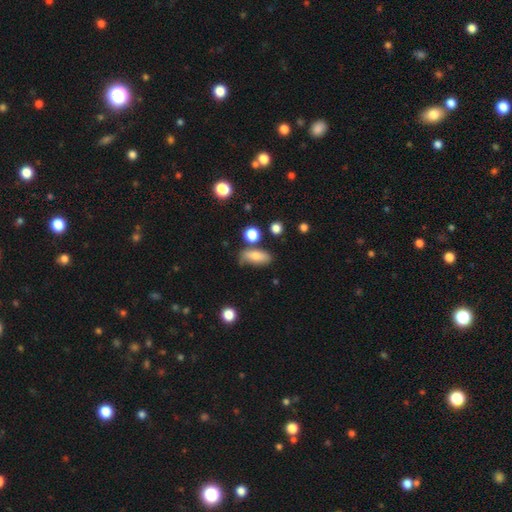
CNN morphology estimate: Overall: smooth (75%). How rounded: in between (77%). Merging: none (59%; minor disturbance 24%).